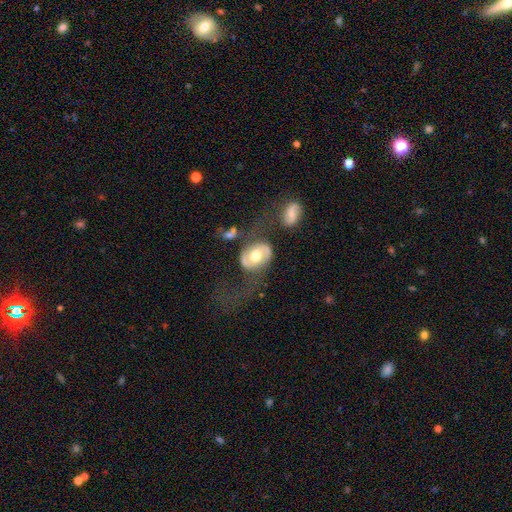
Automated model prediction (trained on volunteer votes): A featured or disk galaxy (67%) with no bar (62%), spiral arms (69%) and a moderate central bulge (73%). Merging: none (49%).